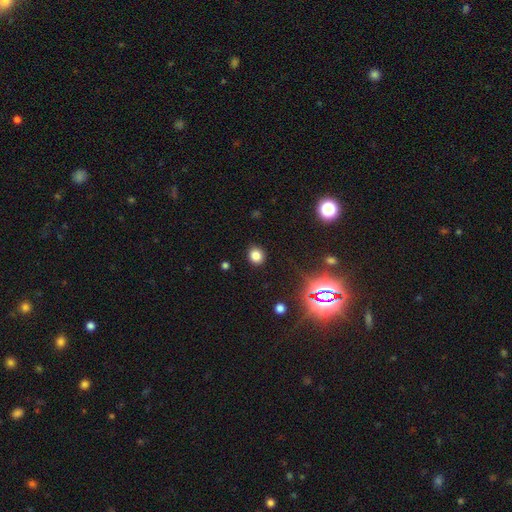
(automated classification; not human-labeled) Overall: smooth (80%). How rounded: round (82%). Merging: none (90%).